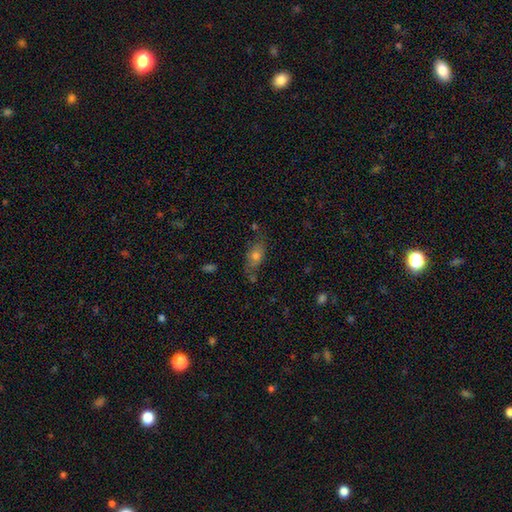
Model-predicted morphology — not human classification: Smooth or featured: smooth — 59% (featured or disk — 28%)
How rounded: in between — 77% (cigar-shaped — 12%)
Merging: none — 63% (minor disturbance — 23%)